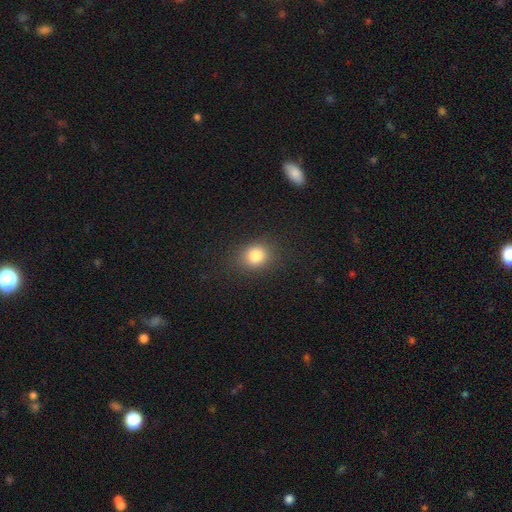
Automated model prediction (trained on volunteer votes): Smooth or featured? Predicted: smooth (p=0.82). How rounded? Predicted: round (p=0.69). Merging? Predicted: none (p=0.85).